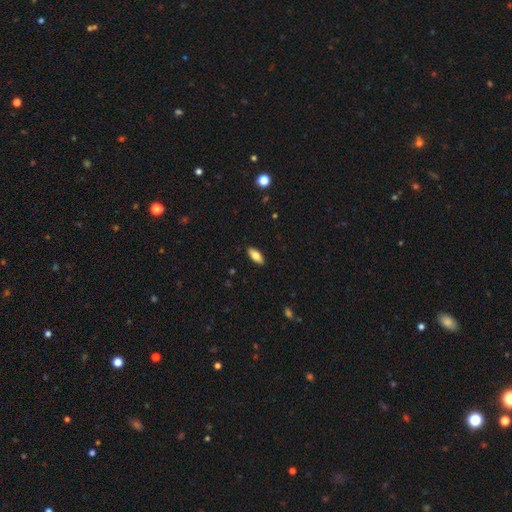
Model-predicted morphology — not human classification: smooth_or_featured: smooth (p=0.77) [alt: featured or disk p=0.17]
how_rounded: in between (p=0.82) [alt: cigar-shaped p=0.16]
merging: none (p=0.90) [alt: minor disturbance p=0.08]